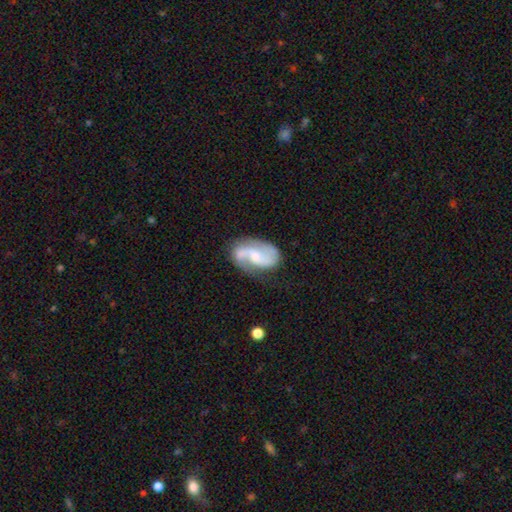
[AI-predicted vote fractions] featured or disk 84%, smooth 11%, star or artifact 5%. Down the decision tree: edge-on disk — no (98%); bar — no (44%); spiral arms — yes (96%); spiral arm count — 2 (90%); spiral winding — medium (46%); bulge size — small (45%); merging — none (70%).